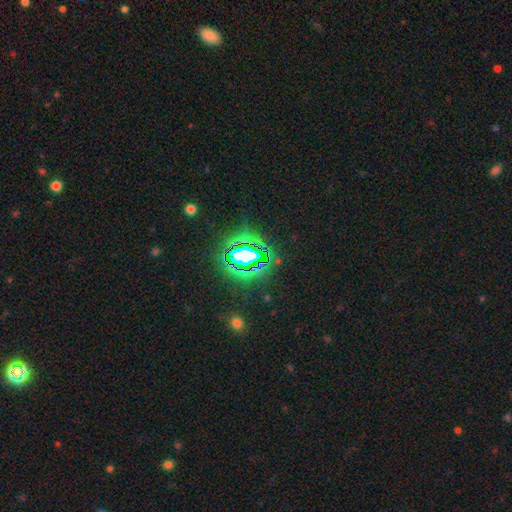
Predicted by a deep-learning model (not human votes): A star or artifact, not a galaxy (82%).